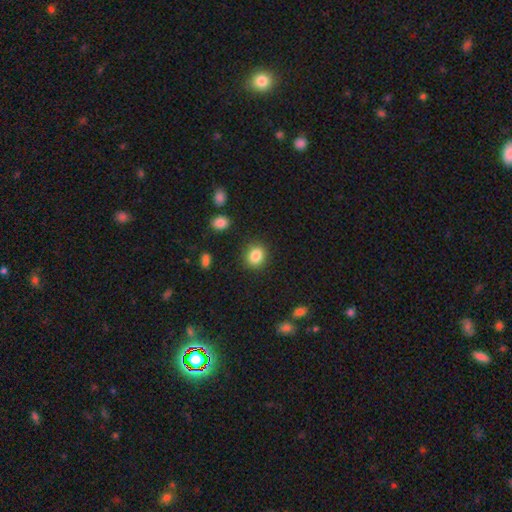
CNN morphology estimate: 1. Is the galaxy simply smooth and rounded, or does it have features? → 86% smooth, 9% star or artifact, 5% featured or disk.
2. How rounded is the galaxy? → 72% round, 28% in between, 1% cigar-shaped.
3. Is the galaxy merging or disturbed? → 87% none, 8% minor disturbance, 3% major disturbance, 2% merger.